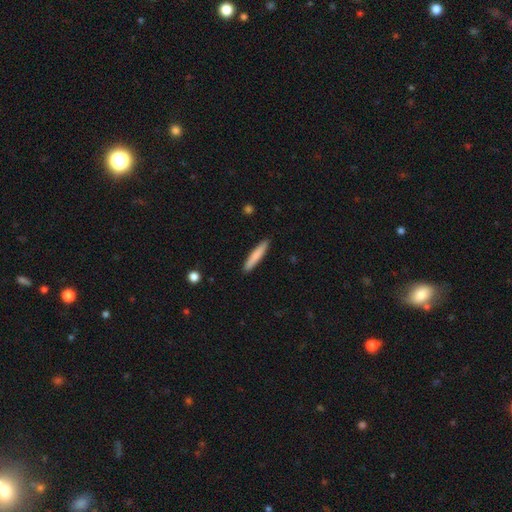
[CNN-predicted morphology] Q: Smooth or featured?
A: smooth (79%); runner-up: featured or disk (15%)
Q: How rounded?
A: cigar-shaped (93%); runner-up: in between (6%)
Q: Merging?
A: none (90%); runner-up: minor disturbance (7%)